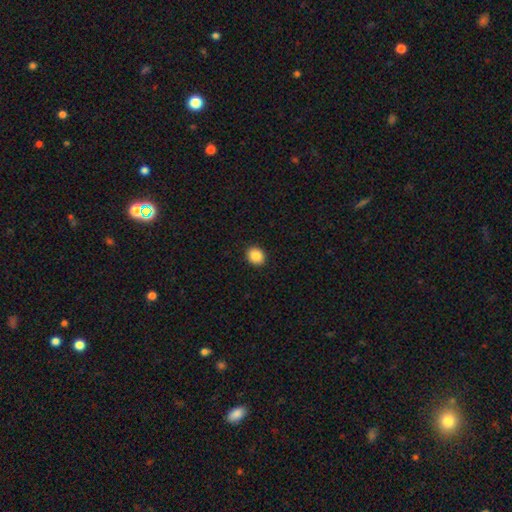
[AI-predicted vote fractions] smooth 88%, star or artifact 9%, featured or disk 4%. Down the decision tree: how rounded — round (69%); merging — none (92%).